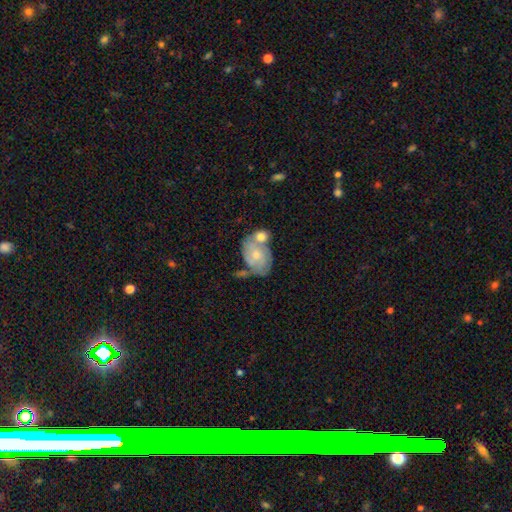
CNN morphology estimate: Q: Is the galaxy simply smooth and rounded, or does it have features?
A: featured or disk — 54%.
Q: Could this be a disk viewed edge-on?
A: no — 97%.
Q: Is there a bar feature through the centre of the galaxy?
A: no — 73%.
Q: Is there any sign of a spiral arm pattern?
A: yes — 73%.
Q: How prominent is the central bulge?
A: small — 54%.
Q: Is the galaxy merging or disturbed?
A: merger — 44%.